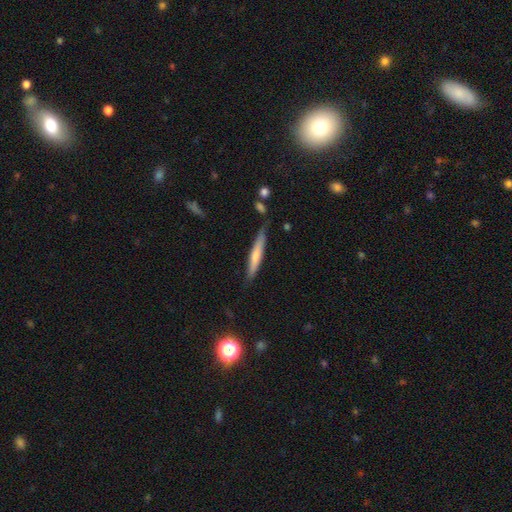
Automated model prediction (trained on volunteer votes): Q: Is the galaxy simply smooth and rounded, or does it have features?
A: smooth — 61%.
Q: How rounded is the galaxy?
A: cigar-shaped — 92%.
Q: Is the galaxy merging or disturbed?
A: none — 76%.